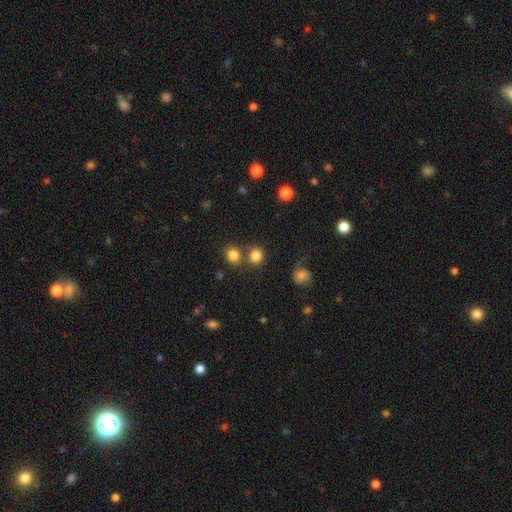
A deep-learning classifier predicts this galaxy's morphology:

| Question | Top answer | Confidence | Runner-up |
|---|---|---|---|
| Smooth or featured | smooth | 83% | star or artifact (11%) |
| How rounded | round | 78% | in between (21%) |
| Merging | none | 60% | merger (26%) |